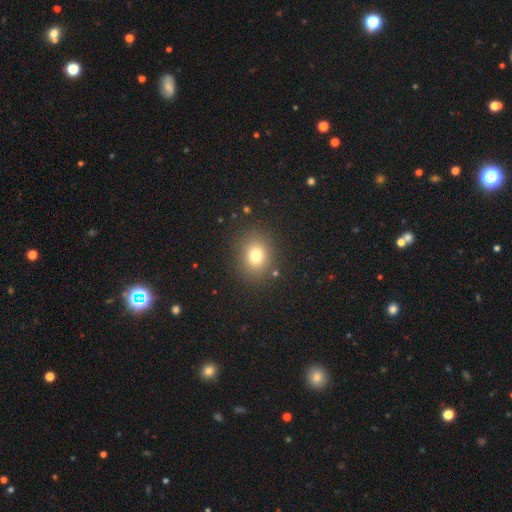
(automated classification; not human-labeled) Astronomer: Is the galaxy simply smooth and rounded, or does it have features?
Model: smooth — 76%.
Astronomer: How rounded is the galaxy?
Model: round — 61% (runner-up: in between, 38%).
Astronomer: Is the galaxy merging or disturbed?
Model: none — 86%.